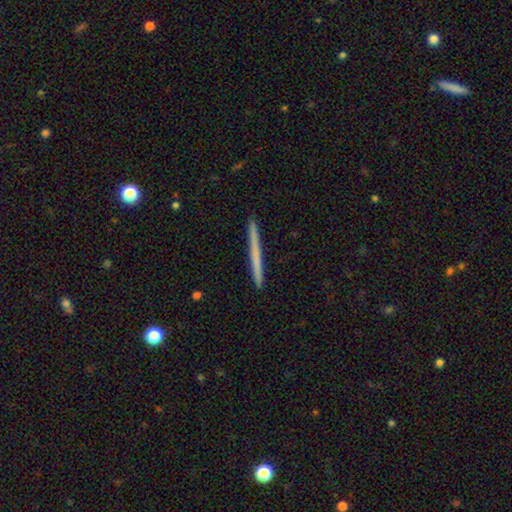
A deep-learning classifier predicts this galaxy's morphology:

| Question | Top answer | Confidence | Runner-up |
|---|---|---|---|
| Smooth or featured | smooth | 57% | featured or disk (37%) |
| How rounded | cigar-shaped | 97% | in between (1%) |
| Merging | none | 93% | minor disturbance (5%) |